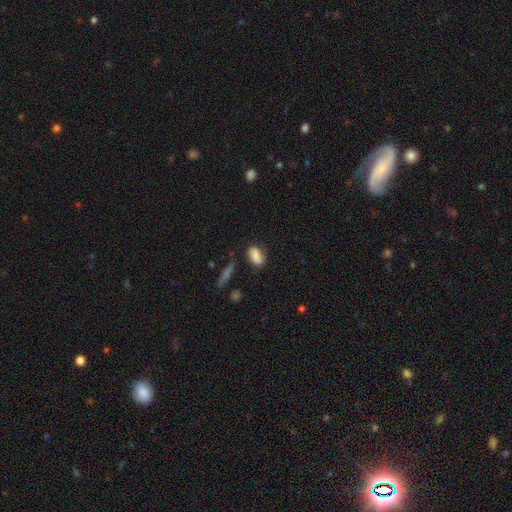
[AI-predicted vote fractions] smooth 78%, featured or disk 13%, star or artifact 9%. Down the decision tree: how rounded — in between (87%); merging — none (69%).